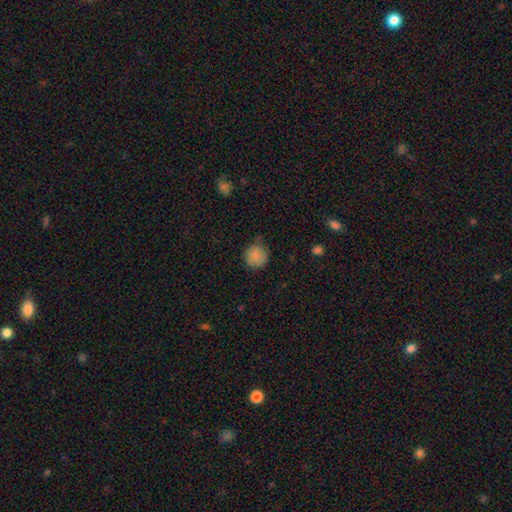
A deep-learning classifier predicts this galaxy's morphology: Smooth or featured?
  - smooth: 85% *
  - star or artifact: 9%
  - featured or disk: 5%
How rounded?
  - round: 89% *
  - in between: 10%
  - cigar-shaped: 1%
Merging?
  - none: 68% *
  - minor disturbance: 25%
  - major disturbance: 5%
  - merger: 2%